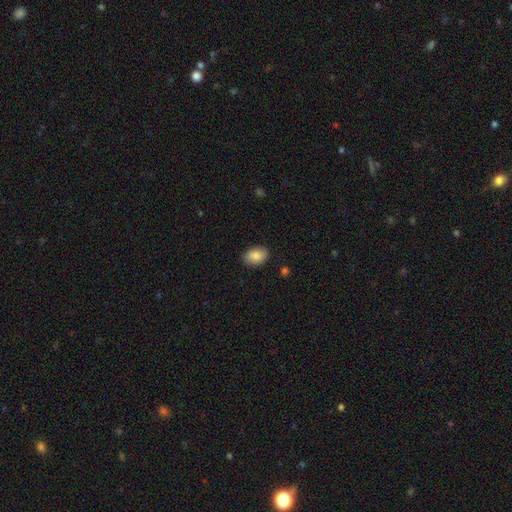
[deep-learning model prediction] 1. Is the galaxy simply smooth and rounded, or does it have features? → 87% smooth, 7% star or artifact, 6% featured or disk.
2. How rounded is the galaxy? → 82% in between, 17% round, 1% cigar-shaped.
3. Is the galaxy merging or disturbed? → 86% none, 11% minor disturbance, 2% major disturbance, 1% merger.